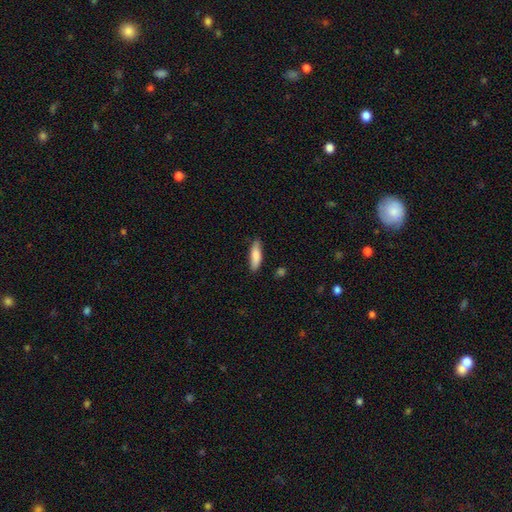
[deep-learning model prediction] smooth-or-featured: smooth: 84% | featured or disk: 10% | star or artifact: 6%
  how-rounded: cigar-shaped: 53% | in between: 45% | round: 2%
  merging: none: 81% | minor disturbance: 15% | major disturbance: 2% | merger: 2%